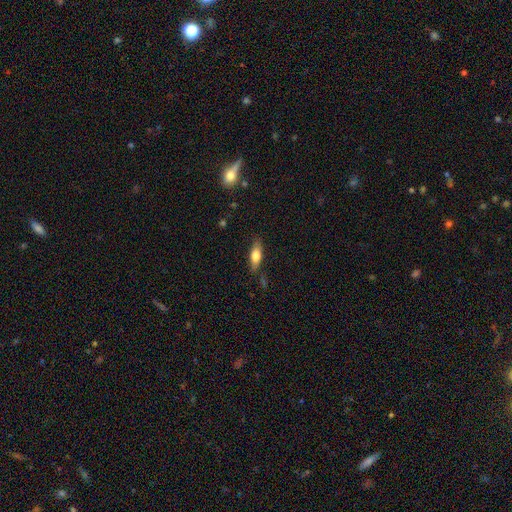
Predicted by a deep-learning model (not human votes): smooth 68%, featured or disk 25%, star or artifact 7%. Down the decision tree: how rounded — in between (61%); merging — none (77%).